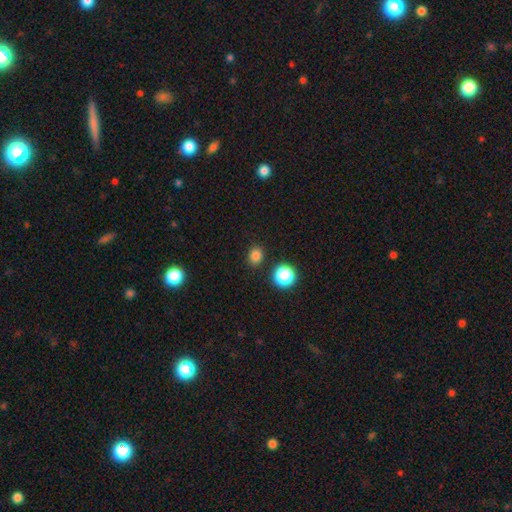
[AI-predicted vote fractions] This is clearly a smooth galaxy (81%). How rounded: likely round (62%). Merging: clearly none (87%).